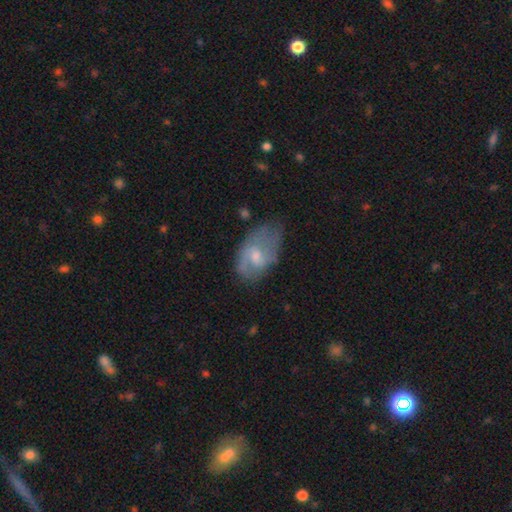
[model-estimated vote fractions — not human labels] A featured or disk galaxy (58%) with a weak bar (48%), spiral arms (77%) and a moderate central bulge (50%). Merging: none (52%).